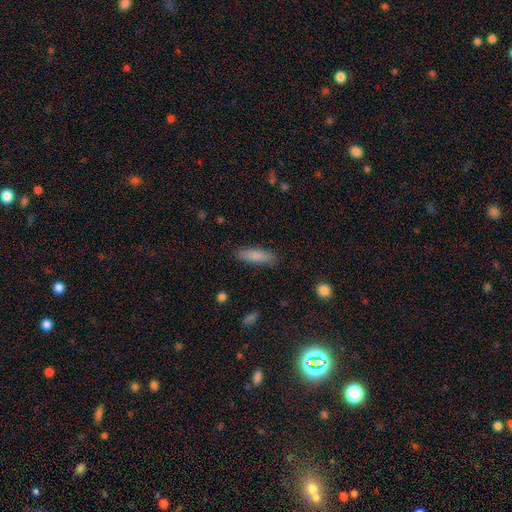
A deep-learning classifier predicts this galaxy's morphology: smooth_or_featured: smooth (p=0.85) [alt: featured or disk p=0.08]
how_rounded: cigar-shaped (p=0.58) [alt: in between p=0.40]
merging: none (p=0.85) [alt: minor disturbance p=0.12]